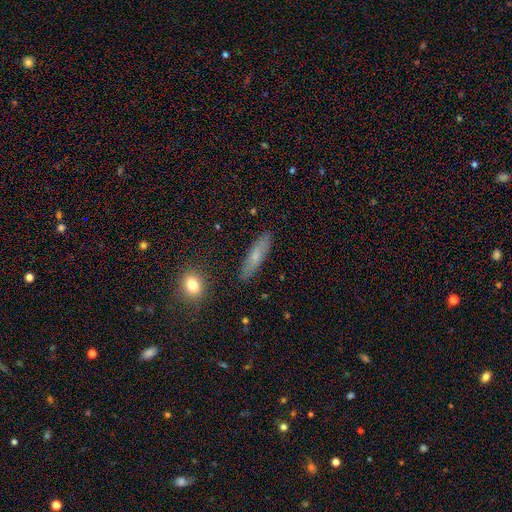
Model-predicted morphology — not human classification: This appears to be a smooth galaxy with no disk features (65%) that is cigar-shaped (73%). Merging: none (86%).